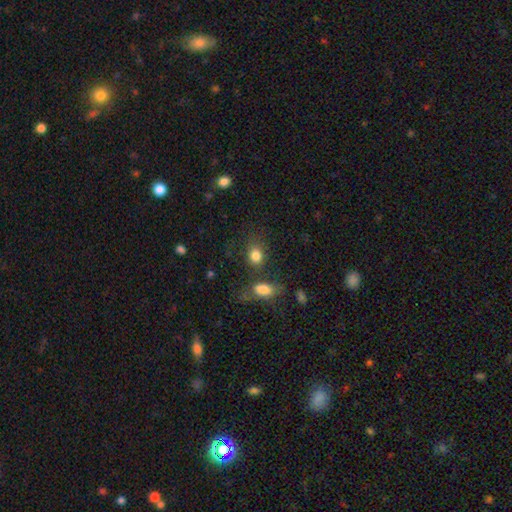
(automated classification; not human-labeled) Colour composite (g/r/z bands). It shows a smooth galaxy with no disk features (83%) that is round (50%). Merging: none (63%).